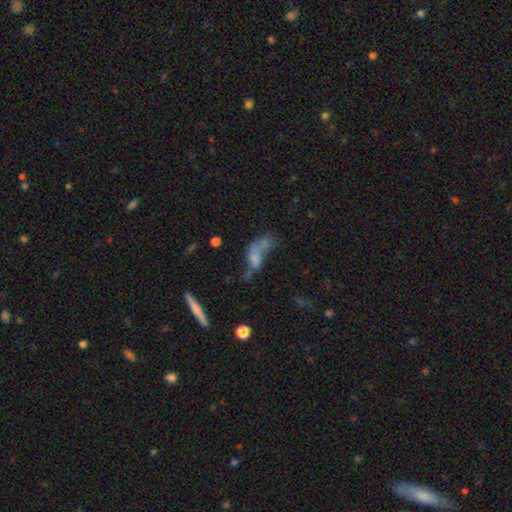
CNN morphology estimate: smooth-or-featured: smooth: 51% | featured or disk: 32% | star or artifact: 17%
  how-rounded: in between: 71% | cigar-shaped: 19% | round: 10%
  merging: merger: 43% | major disturbance: 25% | none: 20% | minor disturbance: 12%